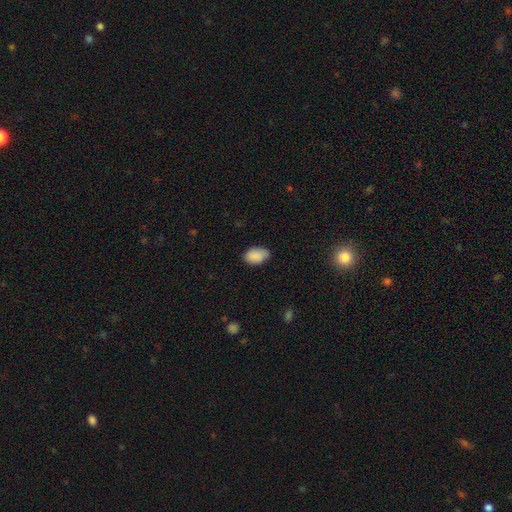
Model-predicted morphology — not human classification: A smooth galaxy with no disk features (87%) that is in between round and cigar-shaped (91%). Merging: none (69%).